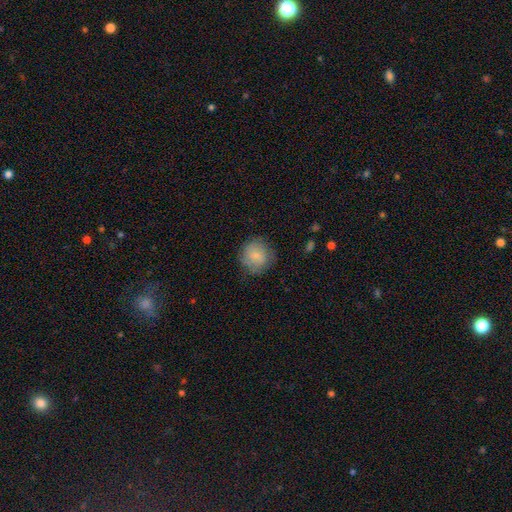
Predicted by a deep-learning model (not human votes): This appears to be a smooth galaxy with no disk features (80%) that is round (88%). Merging: none (76%).